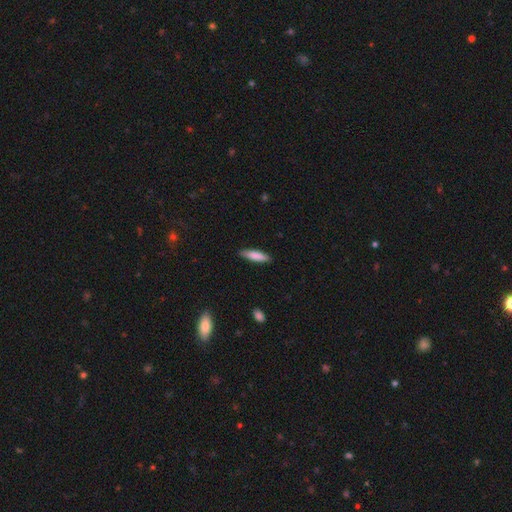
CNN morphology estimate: Q: Smooth or featured?
A: smooth (82%); runner-up: featured or disk (12%)
Q: How rounded?
A: cigar-shaped (71%); runner-up: in between (28%)
Q: Merging?
A: none (86%); runner-up: minor disturbance (11%)